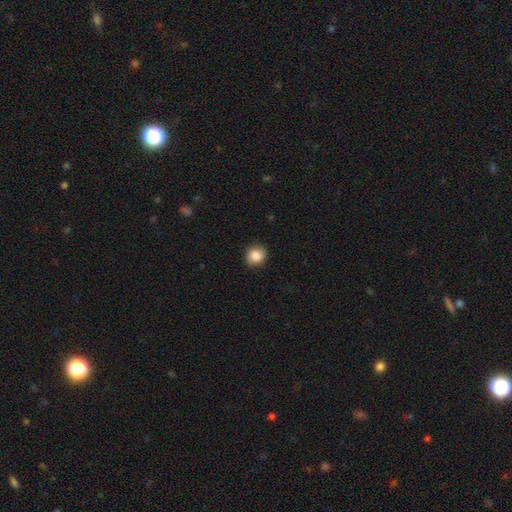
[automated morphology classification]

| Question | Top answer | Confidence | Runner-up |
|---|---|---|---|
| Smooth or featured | smooth | 87% | star or artifact (9%) |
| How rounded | round | 78% | in between (21%) |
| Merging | none | 87% | minor disturbance (10%) |